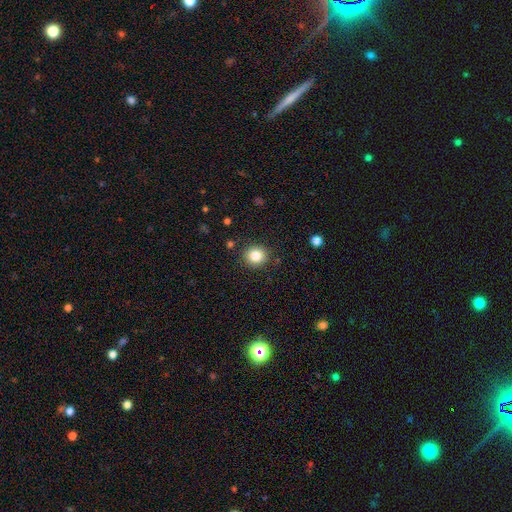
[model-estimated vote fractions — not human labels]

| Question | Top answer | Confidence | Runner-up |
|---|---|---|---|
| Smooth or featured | smooth | 82% | star or artifact (11%) |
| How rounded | round | 88% | in between (11%) |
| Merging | none | 89% | minor disturbance (7%) |